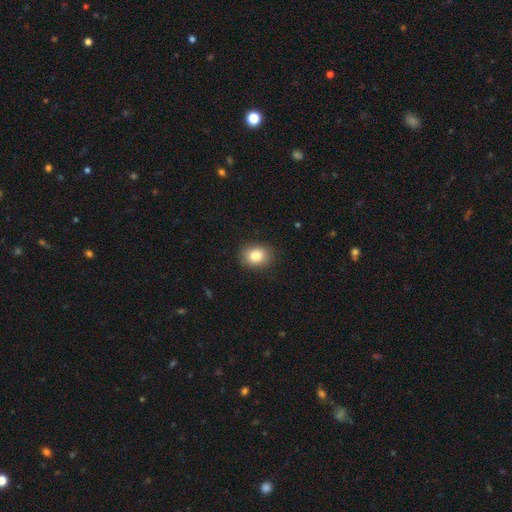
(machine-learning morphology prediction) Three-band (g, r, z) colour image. It shows a smooth galaxy with no disk features (84%) that is in between round and cigar-shaped (50%). Merging: none (87%).